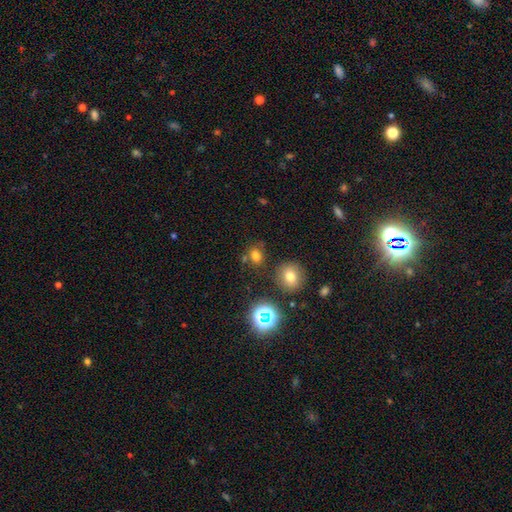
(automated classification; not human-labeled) Q: Smooth or featured?
A: smooth (70%); runner-up: star or artifact (23%)
Q: How rounded?
A: round (62%); runner-up: in between (37%)
Q: Merging?
A: none (72%); runner-up: minor disturbance (13%)